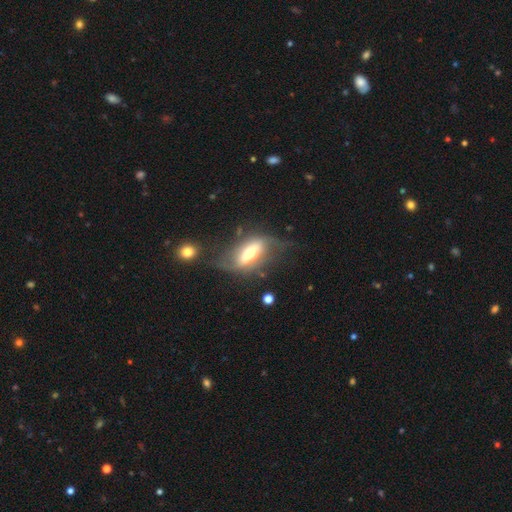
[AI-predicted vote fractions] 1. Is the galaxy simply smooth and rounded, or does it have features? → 59% featured or disk, 35% smooth, 7% star or artifact.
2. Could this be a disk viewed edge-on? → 69% no, 31% yes.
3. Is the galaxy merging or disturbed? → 43% none, 26% major disturbance, 25% minor disturbance, 6% merger.